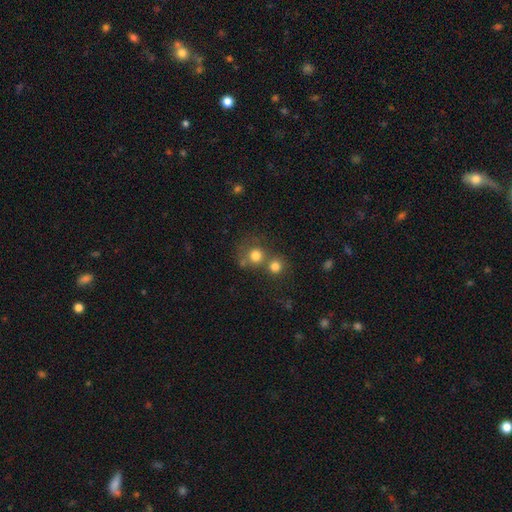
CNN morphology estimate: A smooth galaxy with no disk features (77%) that is round (88%). Merging: none (50%).